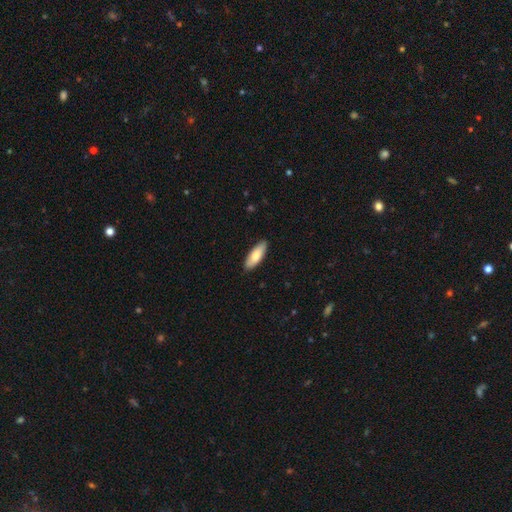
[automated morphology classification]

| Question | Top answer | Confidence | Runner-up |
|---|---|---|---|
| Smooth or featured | smooth | 80% | featured or disk (14%) |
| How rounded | in between | 65% | cigar-shaped (34%) |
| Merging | none | 88% | minor disturbance (9%) |